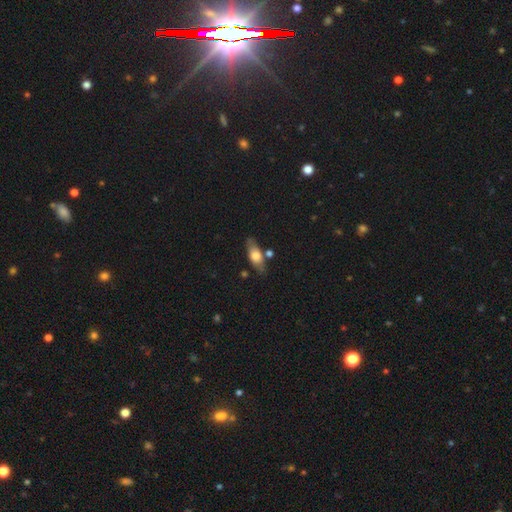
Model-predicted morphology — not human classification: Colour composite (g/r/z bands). It shows a smooth galaxy with no disk features (62%) that is in between round and cigar-shaped (74%). Merging: none (73%).